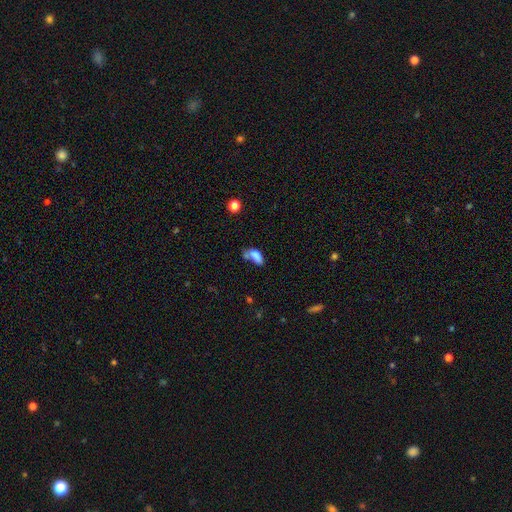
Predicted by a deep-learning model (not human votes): smooth-or-featured: smooth: 79% | featured or disk: 11% | star or artifact: 10%
  how-rounded: in between: 87% | cigar-shaped: 8% | round: 5%
  merging: merger: 37% | none: 30% | minor disturbance: 19% | major disturbance: 13%